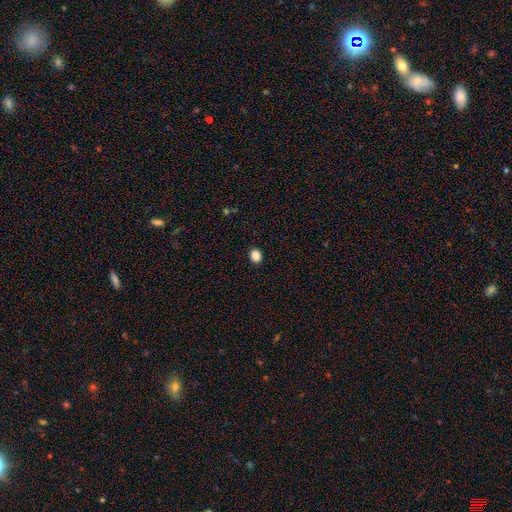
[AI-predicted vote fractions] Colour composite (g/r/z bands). It shows a smooth galaxy with no disk features (87%) that is round (58%). Merging: none (91%).